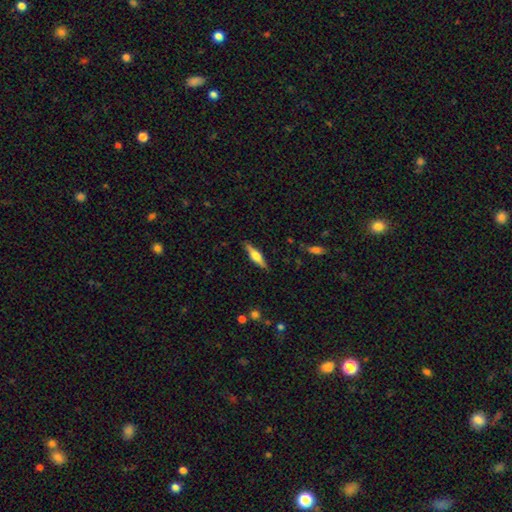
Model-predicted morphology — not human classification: Smooth or featured?
  - featured or disk: 61% *
  - smooth: 33%
  - star or artifact: 6%
Edge-on disk?
  - yes: 96% *
  - no: 4%
Edge-on bulge?
  - rounded: 89% *
  - boxy: 9%
  - none: 2%
Merging?
  - none: 88% *
  - minor disturbance: 9%
  - major disturbance: 2%
  - merger: 1%